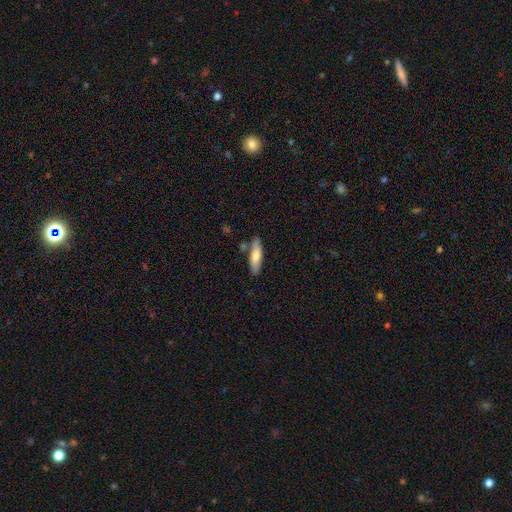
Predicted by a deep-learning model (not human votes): Smooth or featured? smooth (69%)
How rounded? cigar-shaped (63%)
Merging? none (77%)